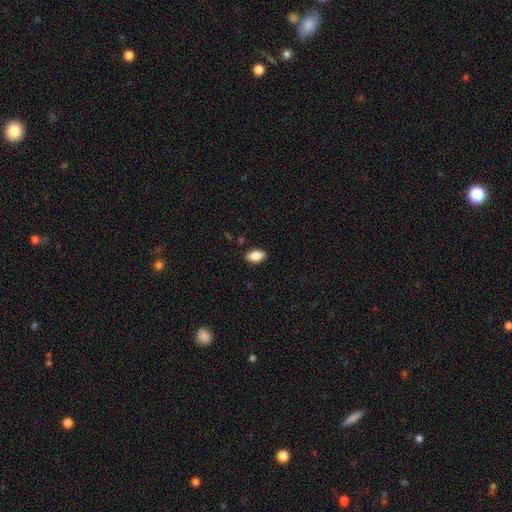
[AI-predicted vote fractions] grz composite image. It shows a smooth galaxy with no disk features (87%) that is in between round and cigar-shaped (92%). Merging: none (88%).